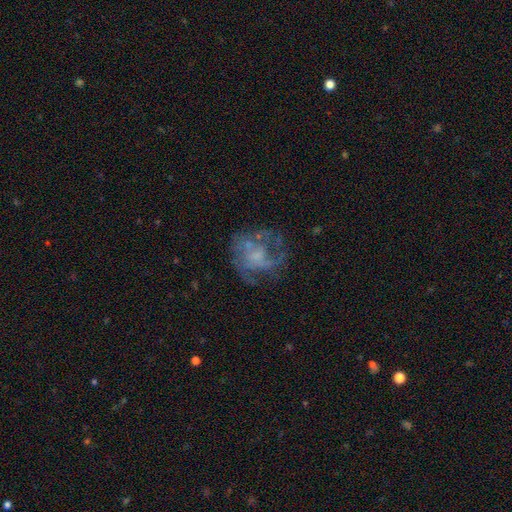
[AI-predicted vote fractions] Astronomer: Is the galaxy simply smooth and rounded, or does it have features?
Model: featured or disk — 69%.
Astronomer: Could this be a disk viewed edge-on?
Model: no — 98%.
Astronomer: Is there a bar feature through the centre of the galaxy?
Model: no — 76%.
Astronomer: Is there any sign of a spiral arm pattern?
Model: yes — 66%.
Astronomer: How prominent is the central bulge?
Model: small — 36% (runner-up: none, 33%).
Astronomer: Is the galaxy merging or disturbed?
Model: none — 54%.